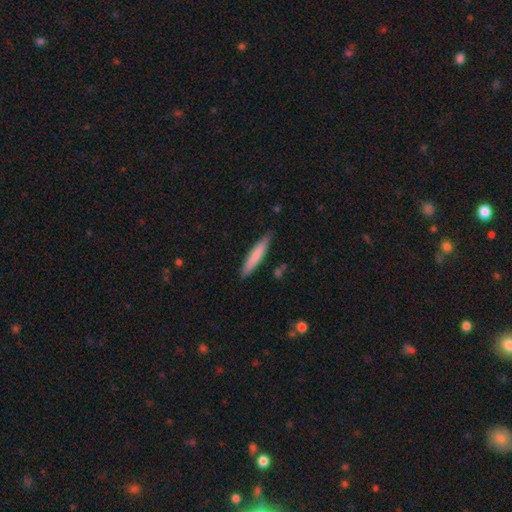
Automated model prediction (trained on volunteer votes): Overall: smooth (77%). How rounded: cigar-shaped (91%). Merging: none (87%).